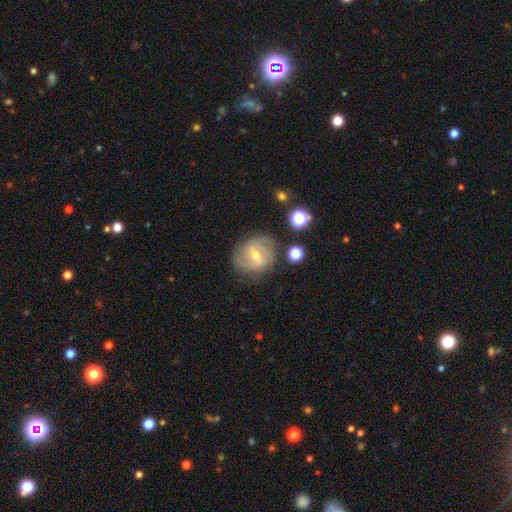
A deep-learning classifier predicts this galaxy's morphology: The model was most divided on "spiral winding": medium: 43%, tight: 39%, loose: 18%. More confident: edge-on disk — no (96%); spiral arms — yes (91%); smooth or featured — featured or disk (77%); merging — none (77%); spiral arm count — 2 (58%); bulge size — moderate (53%); bar — weak (52%).